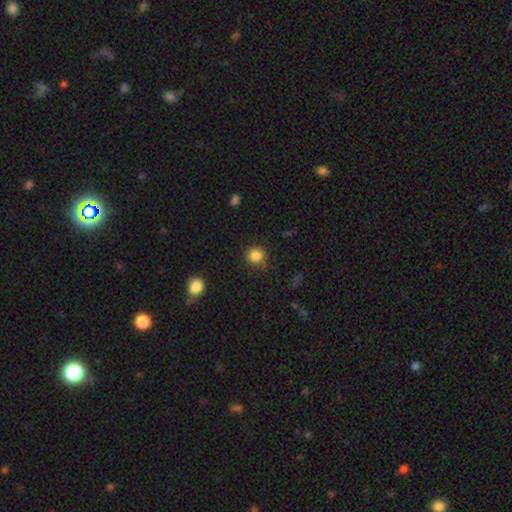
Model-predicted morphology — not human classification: Smooth or featured? Predicted: smooth (p=0.85). How rounded? Predicted: round (p=0.89). Merging? Predicted: none (p=0.85).